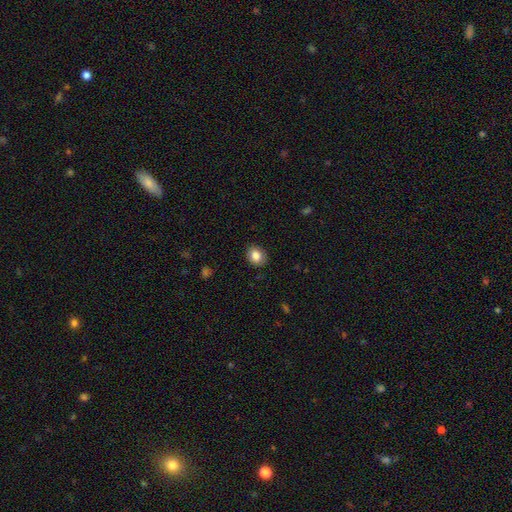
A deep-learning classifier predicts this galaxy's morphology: Q: Smooth or featured?
A: smooth (85%); runner-up: star or artifact (9%)
Q: How rounded?
A: round (59%); runner-up: in between (41%)
Q: Merging?
A: none (89%); runner-up: minor disturbance (8%)